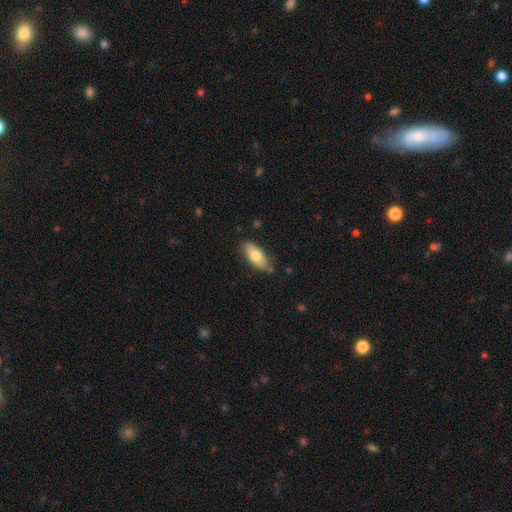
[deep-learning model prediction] Q: Smooth or featured?
A: smooth (75%); runner-up: featured or disk (19%)
Q: How rounded?
A: in between (85%); runner-up: cigar-shaped (13%)
Q: Merging?
A: none (79%); runner-up: minor disturbance (16%)